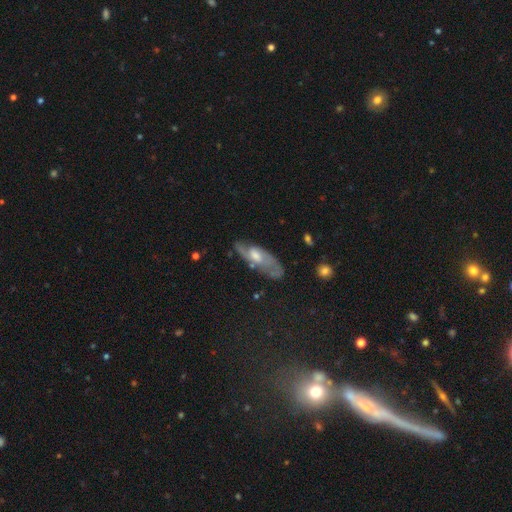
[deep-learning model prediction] The model was most divided on "bar": no: 58%, weak: 35%, strong: 6%. More confident: spiral arms — yes (81%); edge-on disk — no (80%); smooth or featured — featured or disk (68%); merging — none (63%); bulge size — moderate (61%).